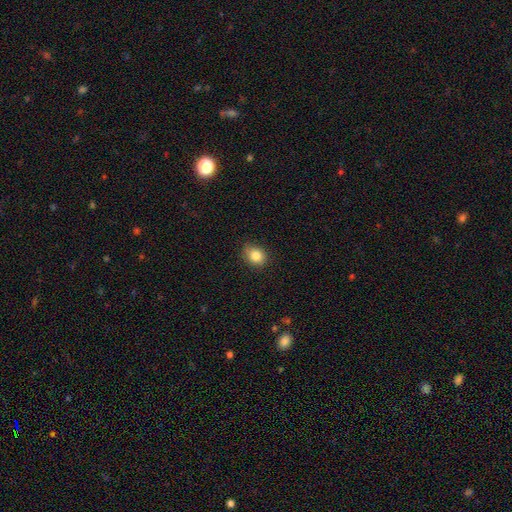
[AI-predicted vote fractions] The model was most divided on "how rounded": round: 59%, in between: 40%, cigar-shaped: 1%. More confident: smooth or featured — smooth (84%); merging — none (82%).